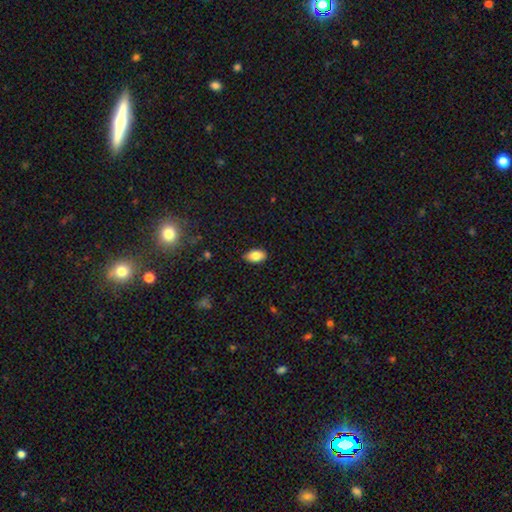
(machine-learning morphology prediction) Q: Smooth or featured?
A: smooth (84%); runner-up: featured or disk (8%)
Q: How rounded?
A: in between (92%); runner-up: round (6%)
Q: Merging?
A: none (84%); runner-up: minor disturbance (13%)